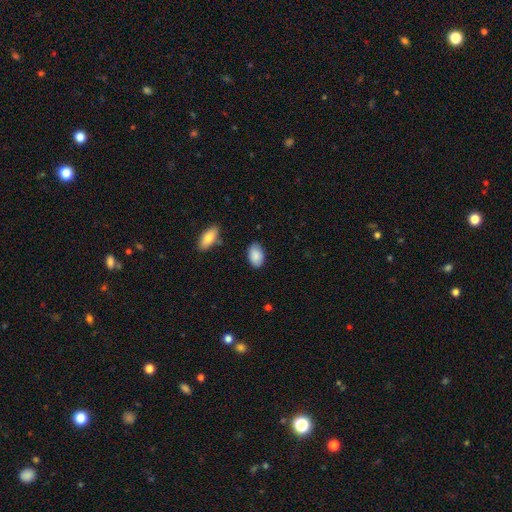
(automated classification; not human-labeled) Smooth or featured?
  - smooth: 88% *
  - star or artifact: 6%
  - featured or disk: 5%
How rounded?
  - in between: 92% *
  - round: 6%
  - cigar-shaped: 1%
Merging?
  - none: 80% *
  - minor disturbance: 15%
  - major disturbance: 3%
  - merger: 2%